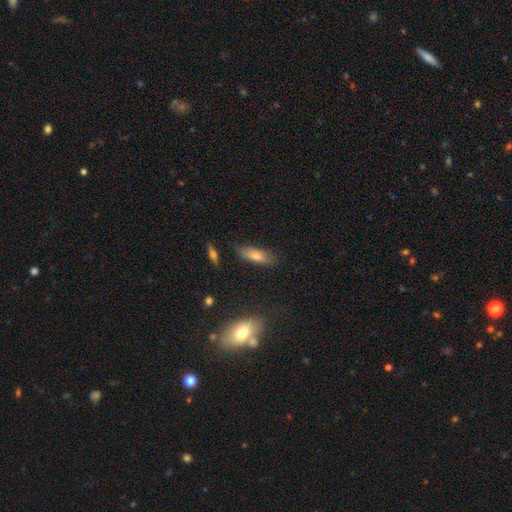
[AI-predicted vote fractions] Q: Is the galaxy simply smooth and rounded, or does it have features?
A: smooth — 69%.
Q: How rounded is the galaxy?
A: in between — 57%.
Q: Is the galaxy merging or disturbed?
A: none — 78%.